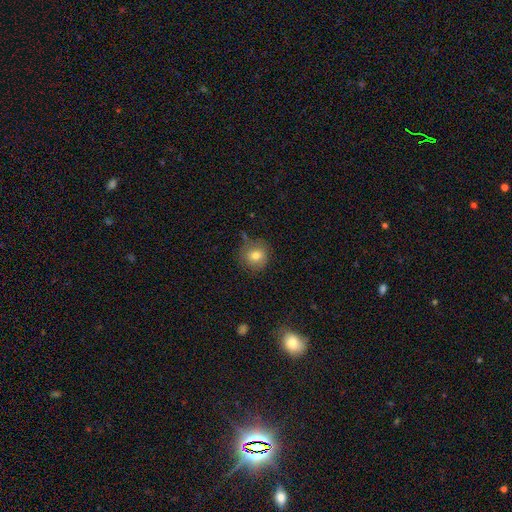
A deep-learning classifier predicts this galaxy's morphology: Q: Smooth or featured?
A: smooth (78%); runner-up: featured or disk (12%)
Q: How rounded?
A: round (87%); runner-up: in between (12%)
Q: Merging?
A: none (75%); runner-up: minor disturbance (17%)